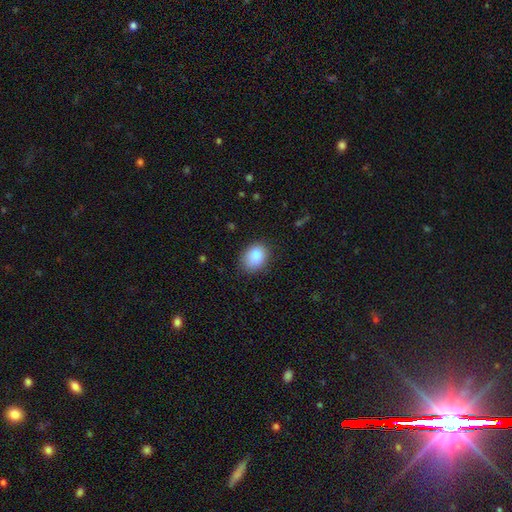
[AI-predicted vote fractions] The model was most divided on "how rounded": in between: 69%, round: 30%, cigar-shaped: 1%. More confident: smooth or featured — smooth (87%); merging — none (77%).